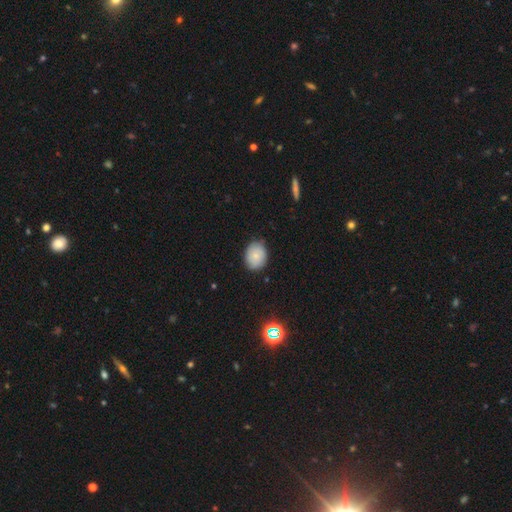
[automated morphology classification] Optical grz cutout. It shows a smooth galaxy with no disk features (79%) that is in between round and cigar-shaped (59%). Merging: none (79%).